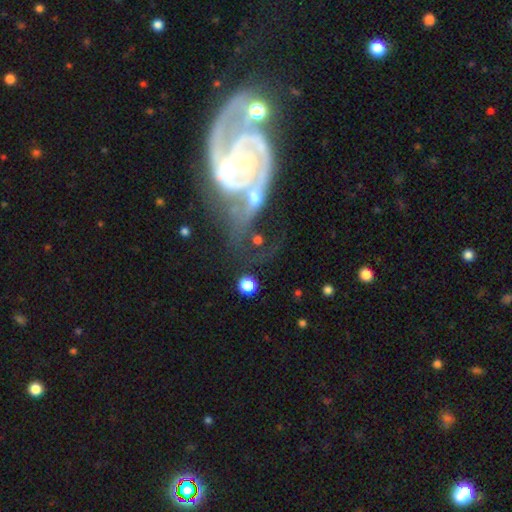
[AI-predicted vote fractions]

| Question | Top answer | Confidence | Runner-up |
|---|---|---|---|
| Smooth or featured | featured or disk | 89% | star or artifact (7%) |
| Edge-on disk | no | 97% | yes (3%) |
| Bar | no | 59% | weak (28%) |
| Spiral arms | yes | 97% | no (3%) |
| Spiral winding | tight | 53% | medium (38%) |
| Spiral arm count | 2 | 69% | 3 (10%) |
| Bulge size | small | 74% | moderate (20%) |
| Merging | none | 41% | merger (22%) |